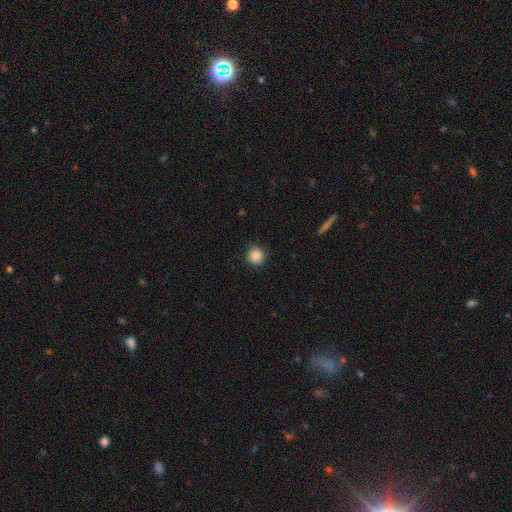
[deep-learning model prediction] Smooth or featured?
  - smooth: 86% *
  - star or artifact: 10%
  - featured or disk: 5%
How rounded?
  - round: 92% *
  - in between: 7%
  - cigar-shaped: 1%
Merging?
  - none: 83% *
  - minor disturbance: 13%
  - major disturbance: 3%
  - merger: 1%